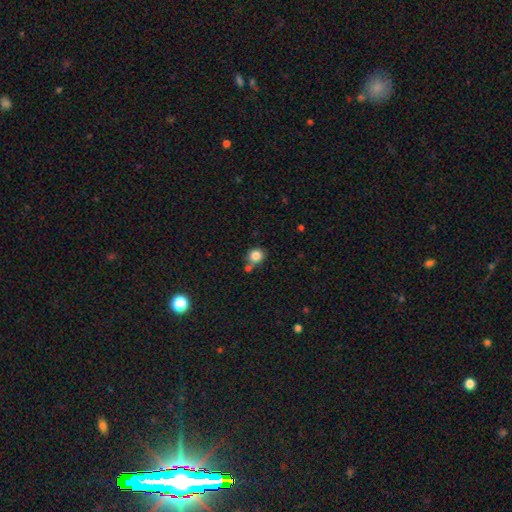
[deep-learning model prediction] Smooth or featured?
  - smooth: 83% *
  - star or artifact: 11%
  - featured or disk: 6%
How rounded?
  - round: 82% *
  - in between: 17%
  - cigar-shaped: 1%
Merging?
  - none: 60% *
  - merger: 22%
  - minor disturbance: 14%
  - major disturbance: 4%